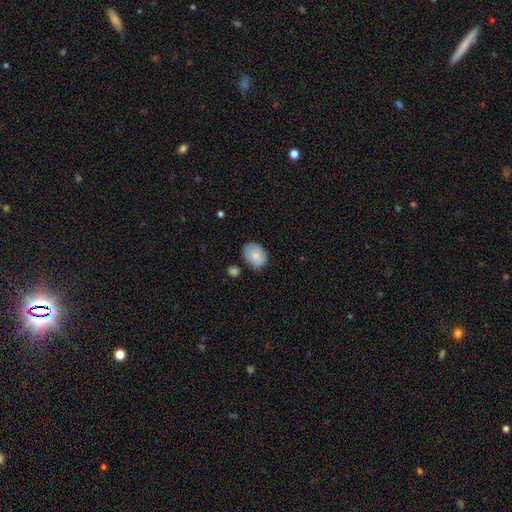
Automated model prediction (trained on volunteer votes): A smooth galaxy with no disk features (80%) that is in between round and cigar-shaped (70%). Merging: none (66%).